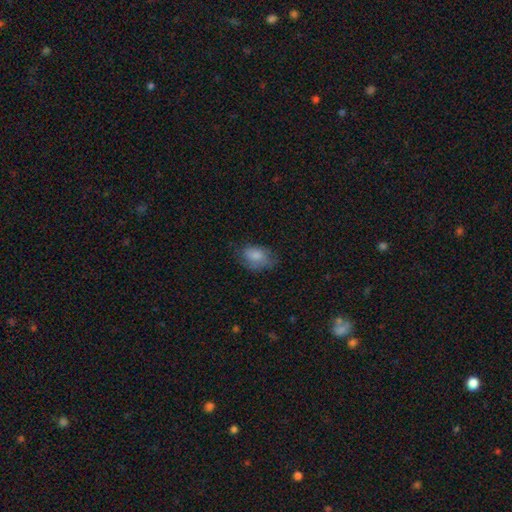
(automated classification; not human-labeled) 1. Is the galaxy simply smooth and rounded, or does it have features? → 75% smooth, 17% featured or disk, 8% star or artifact.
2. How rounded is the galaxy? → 84% in between, 14% round, 1% cigar-shaped.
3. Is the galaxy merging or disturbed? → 55% none, 29% minor disturbance, 14% major disturbance, 1% merger.